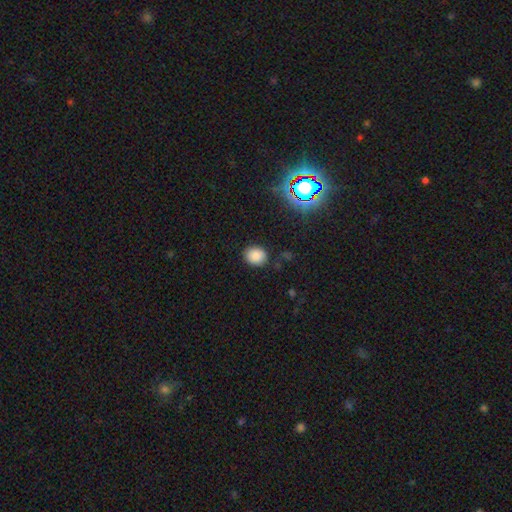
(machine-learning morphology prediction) smooth_or_featured: smooth (p=0.83) [alt: star or artifact p=0.12]
how_rounded: round (p=0.61) [alt: in between p=0.38]
merging: none (p=0.84) [alt: minor disturbance p=0.10]